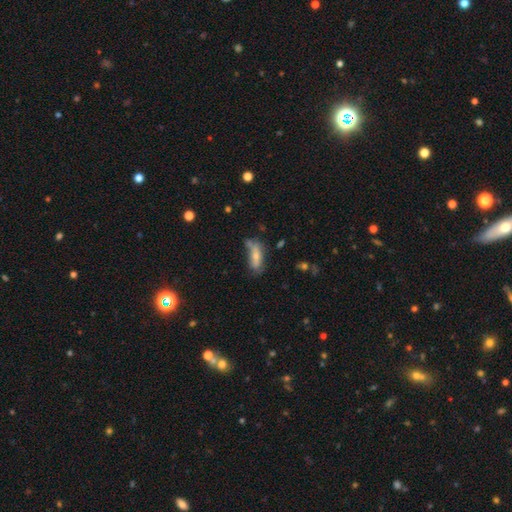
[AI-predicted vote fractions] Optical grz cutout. It shows a smooth galaxy with no disk features (66%) that is in between round and cigar-shaped (60%). Merging: none (43%).